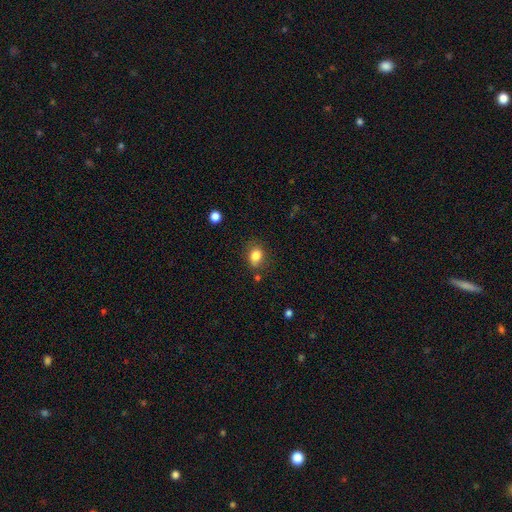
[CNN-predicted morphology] The model was most divided on "how rounded": in between: 62%, round: 36%, cigar-shaped: 1%. More confident: smooth or featured — smooth (83%); merging — none (71%).